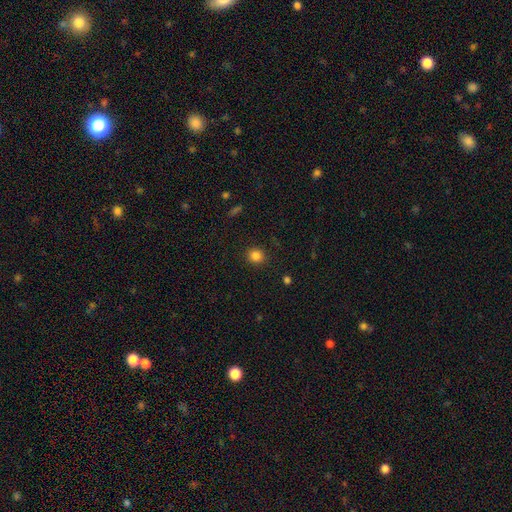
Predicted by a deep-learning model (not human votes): smooth_or_featured: smooth (p=0.84) [alt: star or artifact p=0.12]
how_rounded: round (p=0.84) [alt: in between p=0.15]
merging: none (p=0.89) [alt: minor disturbance p=0.07]